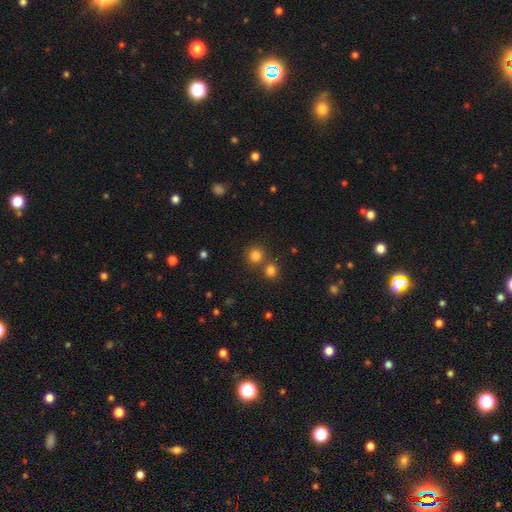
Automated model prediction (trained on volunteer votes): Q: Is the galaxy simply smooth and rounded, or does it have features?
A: smooth — 80%.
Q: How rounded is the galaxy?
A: round — 91%.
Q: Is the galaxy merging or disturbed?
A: none — 68%.